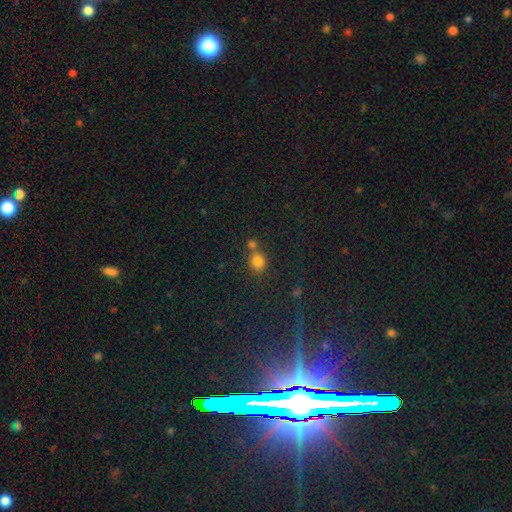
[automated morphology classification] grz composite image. It shows a smooth galaxy with no disk features (71%) that is round (77%). Merging: none (63%).